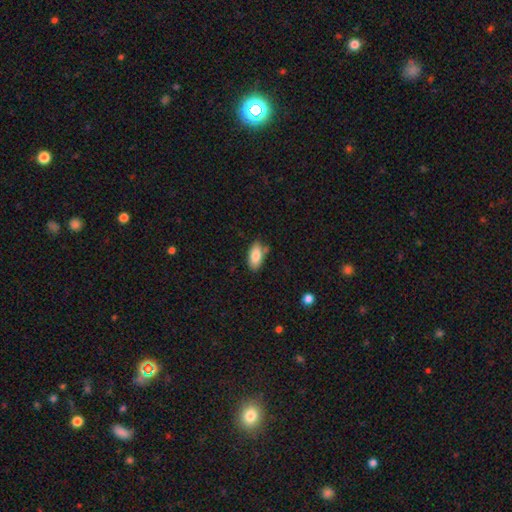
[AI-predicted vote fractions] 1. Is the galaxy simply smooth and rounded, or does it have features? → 83% smooth, 10% featured or disk, 7% star or artifact.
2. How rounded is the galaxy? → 92% in between, 5% cigar-shaped, 3% round.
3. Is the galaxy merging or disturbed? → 69% none, 20% minor disturbance, 7% merger, 4% major disturbance.